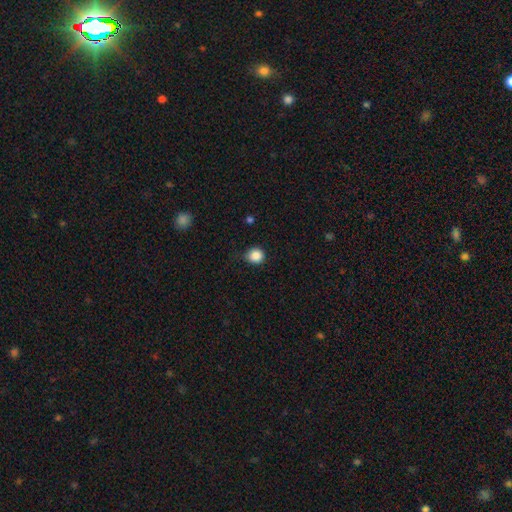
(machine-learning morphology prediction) Smooth or featured? Predicted: smooth (p=0.87). How rounded? Predicted: round (p=0.87). Merging? Predicted: none (p=0.77).